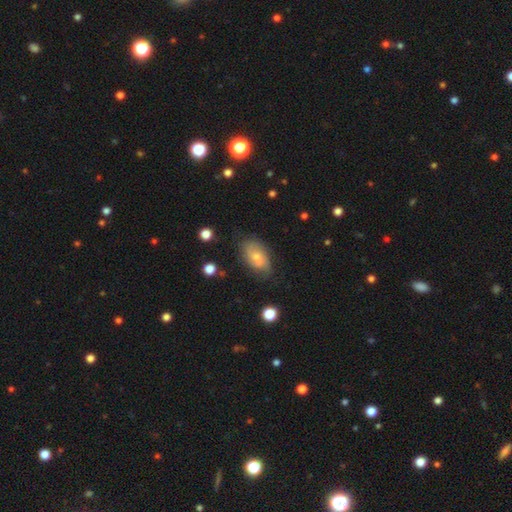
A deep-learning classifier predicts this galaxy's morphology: Smooth or featured: smooth — 51% (featured or disk — 37%)
How rounded: in between — 89% (round — 7%)
Merging: none — 64% (minor disturbance — 22%)